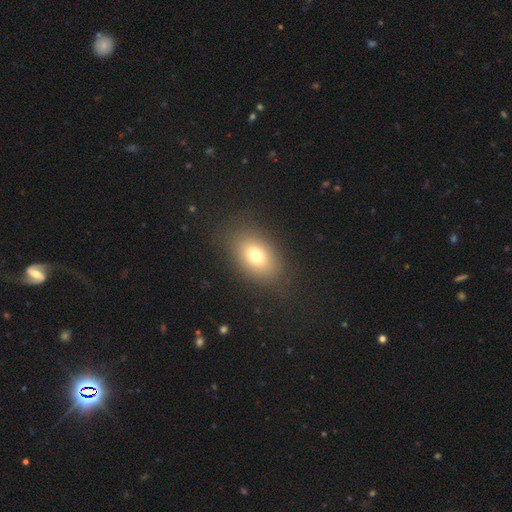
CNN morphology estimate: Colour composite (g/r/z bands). It shows a smooth galaxy with no disk features (74%) that is in between round and cigar-shaped (82%). Merging: none (83%).